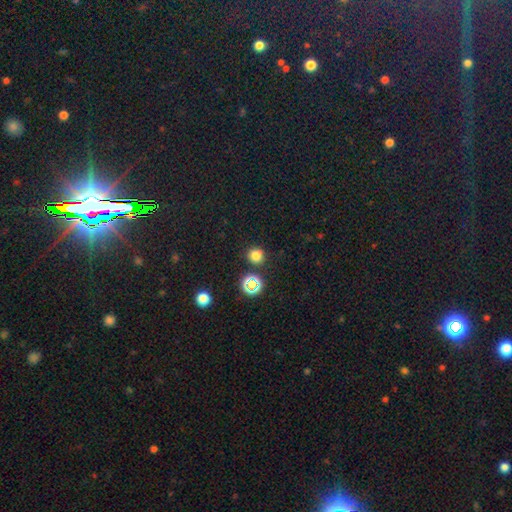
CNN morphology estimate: Overall: smooth (75%). How rounded: round (91%). Merging: none (87%).